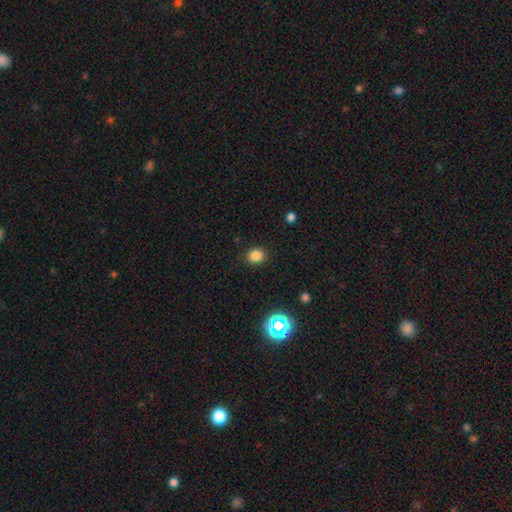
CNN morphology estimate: Smooth or featured? Predicted: smooth (p=0.82). How rounded? Predicted: round (p=0.75). Merging? Predicted: none (p=0.89).